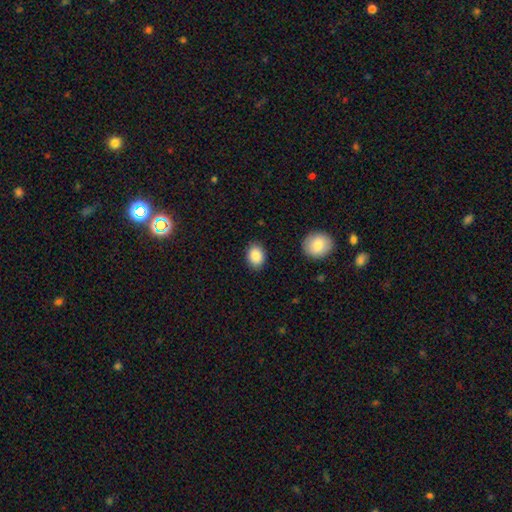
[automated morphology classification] The model was most divided on "how rounded": in between: 73%, round: 26%, cigar-shaped: 1%. More confident: smooth or featured — smooth (89%); merging — none (87%).